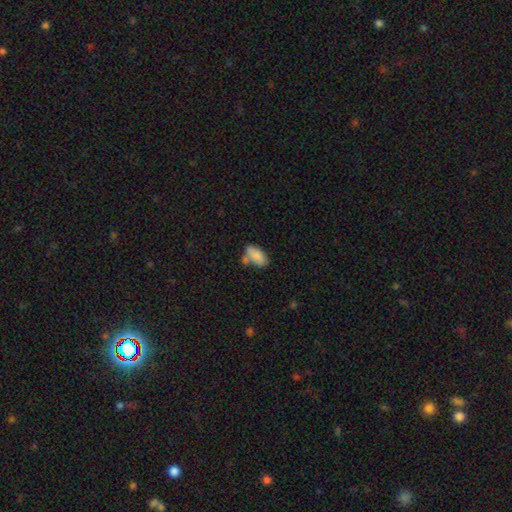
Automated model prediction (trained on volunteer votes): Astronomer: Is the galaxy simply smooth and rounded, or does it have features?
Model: smooth — 85%.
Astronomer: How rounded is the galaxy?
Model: in between — 90%.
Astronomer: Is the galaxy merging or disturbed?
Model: none — 54%.